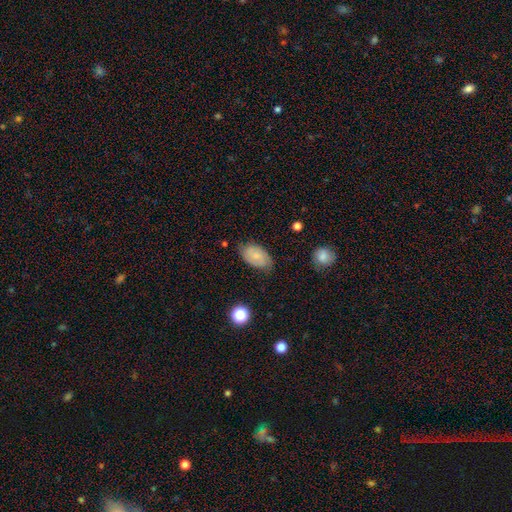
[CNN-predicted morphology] Smooth or featured? Predicted: smooth (p=0.57). How rounded? Predicted: in between (p=0.92). Merging? Predicted: none (p=0.72).